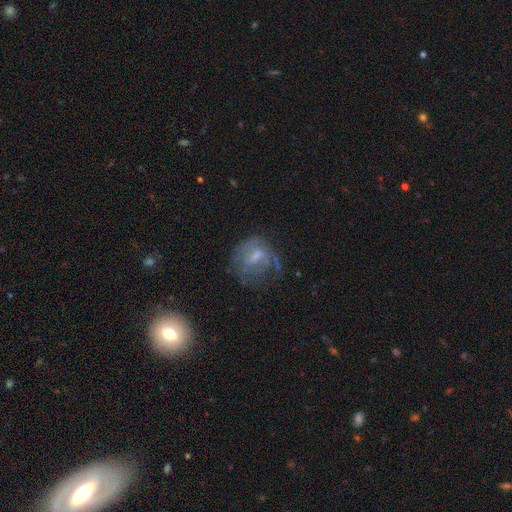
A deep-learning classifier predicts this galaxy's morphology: A featured or disk galaxy (53%) with a weak bar (49%), spiral arms (56%) and a moderate central bulge (40%). Merging: none (51%).